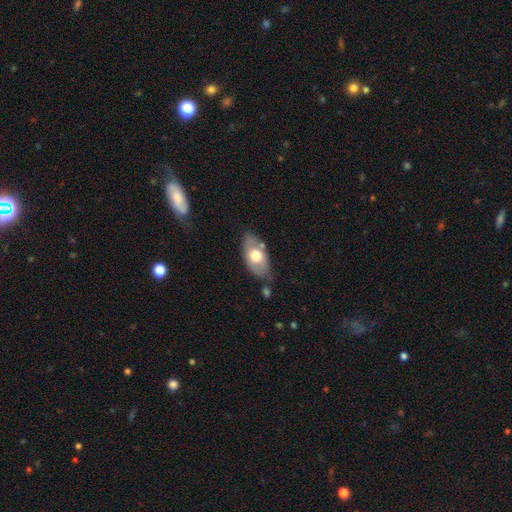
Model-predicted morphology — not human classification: A smooth galaxy with no disk features (60%) that is in between round and cigar-shaped (92%). Merging: none (68%).